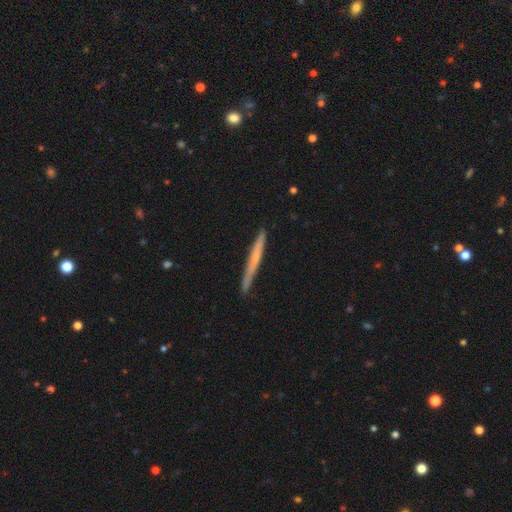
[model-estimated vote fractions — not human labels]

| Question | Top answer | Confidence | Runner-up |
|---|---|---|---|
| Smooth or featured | featured or disk | 48% | smooth (46%) |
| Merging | none | 89% | minor disturbance (9%) |